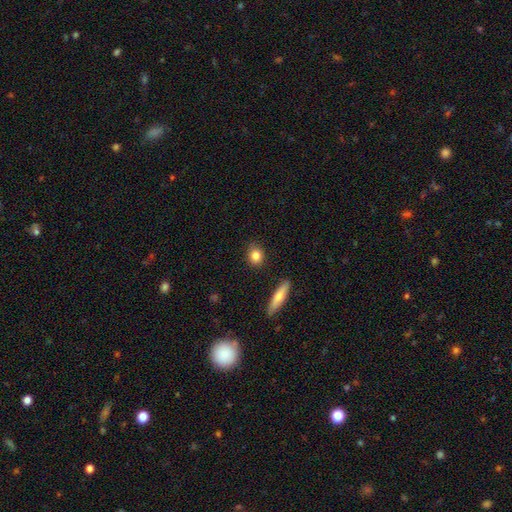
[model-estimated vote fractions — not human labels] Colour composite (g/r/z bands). It shows a smooth galaxy with no disk features (83%) that is round (60%). Merging: none (87%).